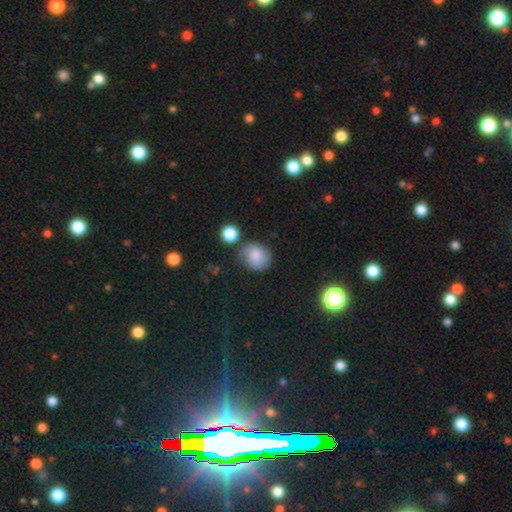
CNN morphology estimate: This appears to be a smooth galaxy with no disk features (82%) that is round (74%). Merging: none (69%).